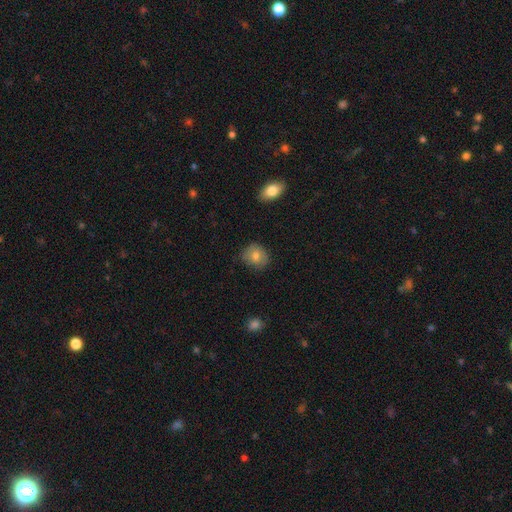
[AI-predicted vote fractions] Smooth or featured? Predicted: smooth (p=0.76). How rounded? Predicted: round (p=0.72). Merging? Predicted: none (p=0.78).